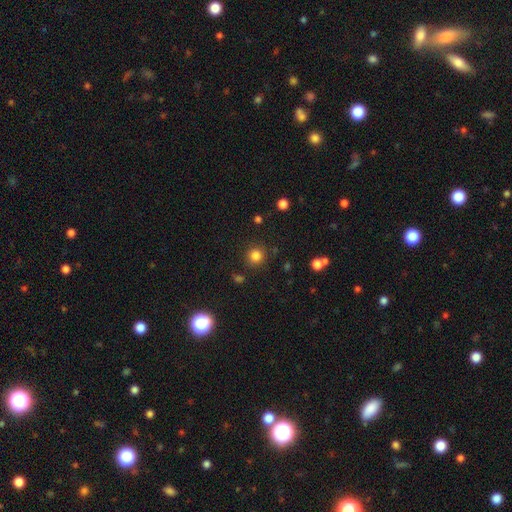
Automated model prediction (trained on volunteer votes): Overall: smooth (82%). How rounded: round (92%). Merging: none (87%).